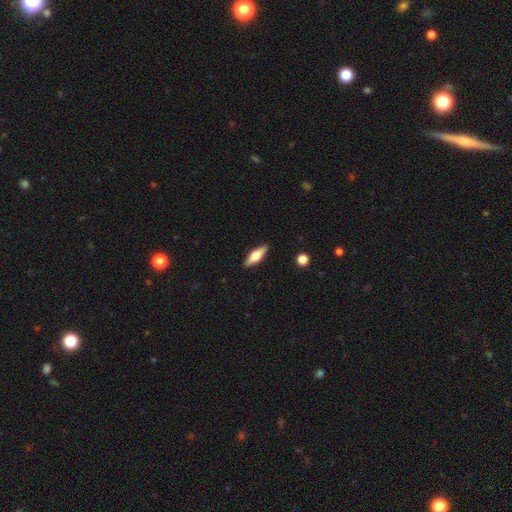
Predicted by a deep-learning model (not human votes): A featured or disk galaxy (48%).

Vote fractions:
- Smooth or featured? featured or disk: 48% / smooth: 46% / star or artifact: 6%
- Merging? none: 89% / minor disturbance: 8% / major disturbance: 2% / merger: 1%